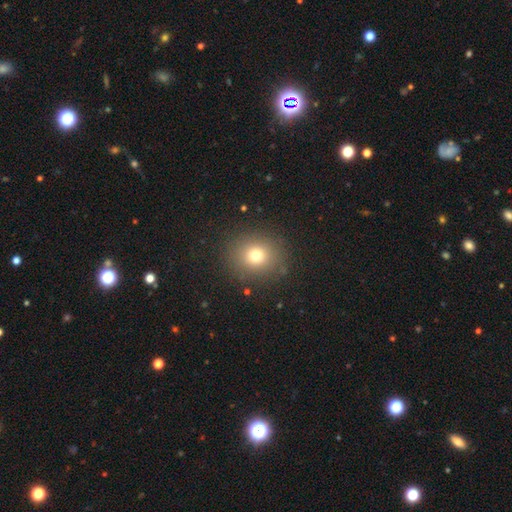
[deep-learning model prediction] Smooth or featured? smooth (74%)
How rounded? round (81%)
Merging? none (87%)